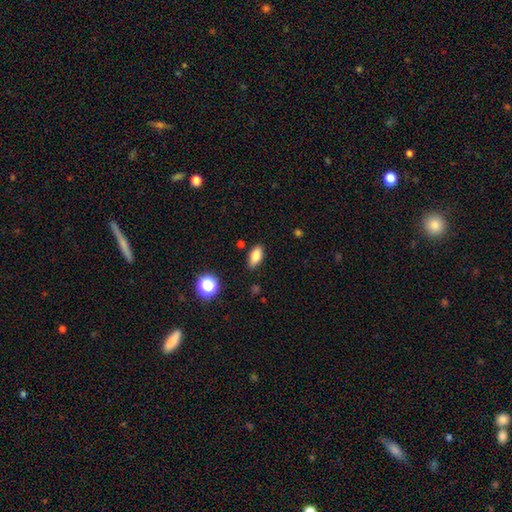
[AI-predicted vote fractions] A smooth galaxy with no disk features (80%) that is in between round and cigar-shaped (84%).

Vote fractions:
- Smooth or featured? smooth: 80% / featured or disk: 10% / star or artifact: 10%
- How rounded? in between: 84% / cigar-shaped: 11% / round: 6%
- Merging? none: 83% / minor disturbance: 13% / major disturbance: 3% / merger: 2%